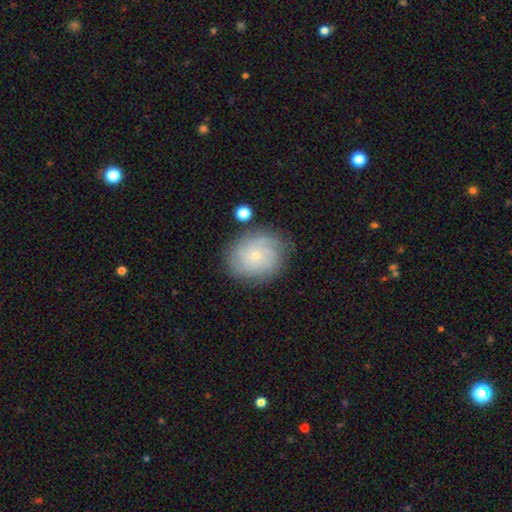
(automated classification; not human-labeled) smooth_or_featured: featured or disk (p=0.65) [alt: smooth p=0.25]
disk_edge_on: no (p=0.97) [alt: yes p=0.03]
bar: no (p=0.84) [alt: weak p=0.14]
has_spiral_arms: yes (p=0.91) [alt: no p=0.09]
spiral_winding: tight (p=0.68) [alt: medium p=0.25]
spiral_arm_count: can't tell (p=0.36) [alt: 4 p=0.21]
bulge_size: small (p=0.82) [alt: moderate p=0.14]
merging: none (p=0.79) [alt: minor disturbance p=0.14]